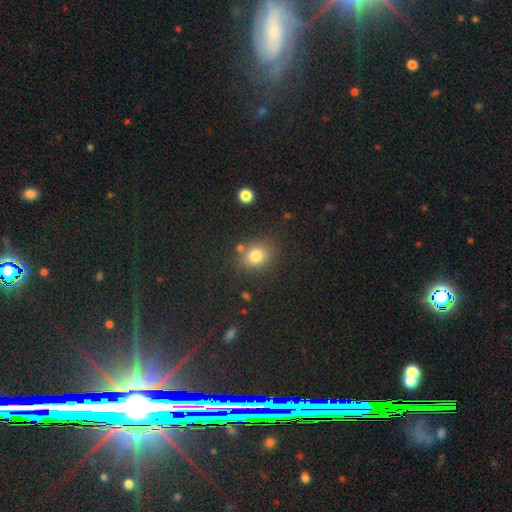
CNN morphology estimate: Q: Smooth or featured?
A: smooth (79%); runner-up: star or artifact (14%)
Q: How rounded?
A: round (61%); runner-up: in between (38%)
Q: Merging?
A: none (78%); runner-up: minor disturbance (12%)